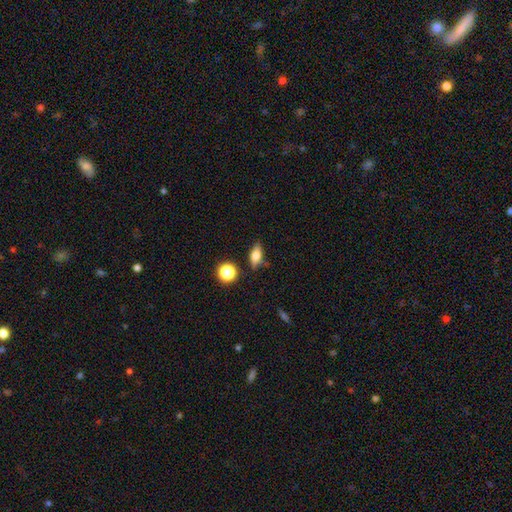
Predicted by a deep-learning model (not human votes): smooth 71%, featured or disk 19%, star or artifact 11%. Down the decision tree: how rounded — in between (73%); merging — none (76%).